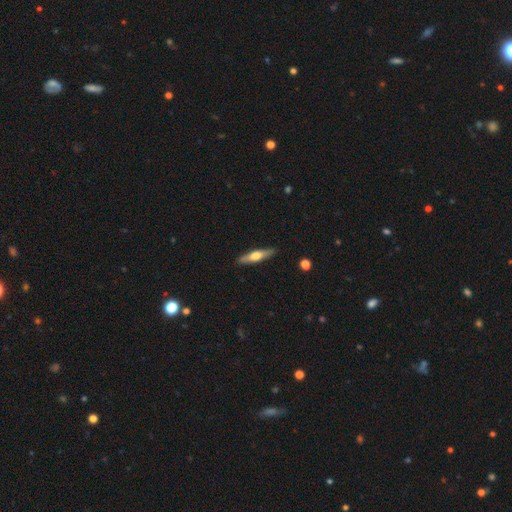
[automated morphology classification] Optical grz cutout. It shows a featured or disk galaxy (53%) viewed edge-on (94%). Merging: none (89%).